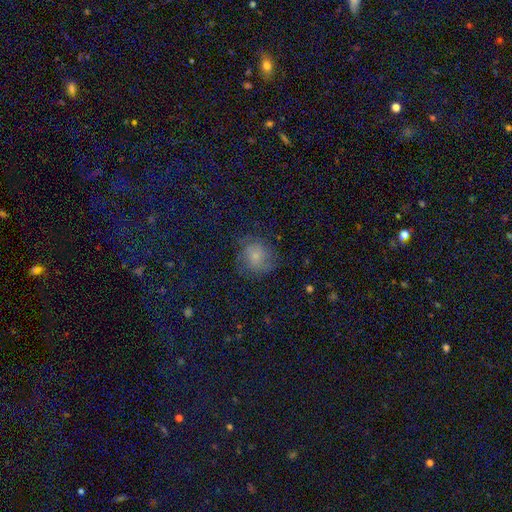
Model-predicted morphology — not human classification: This appears to be a smooth galaxy with no disk features (57%) that is round (79%). Merging: none (65%).